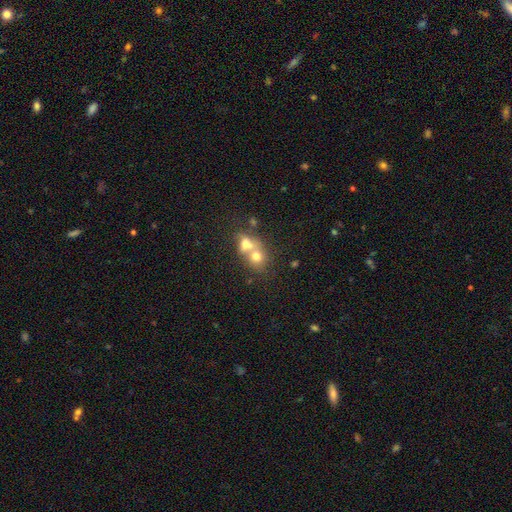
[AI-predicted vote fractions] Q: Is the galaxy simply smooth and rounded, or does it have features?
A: smooth — 64%.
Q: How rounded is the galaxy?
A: round — 68%.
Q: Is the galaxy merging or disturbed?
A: merger — 68%.